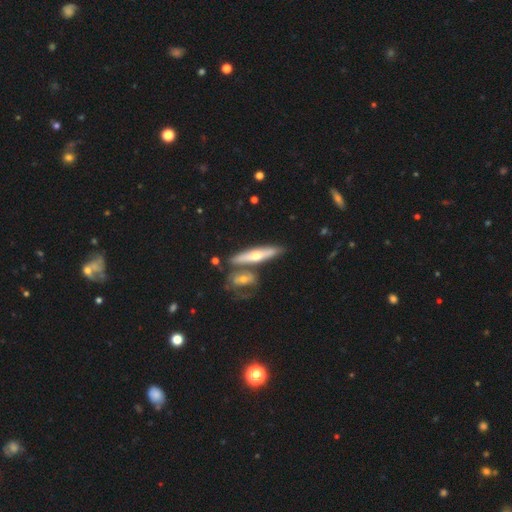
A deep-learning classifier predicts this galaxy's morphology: A featured or disk galaxy (57%) viewed edge-on (84%). Merging: none (65%).